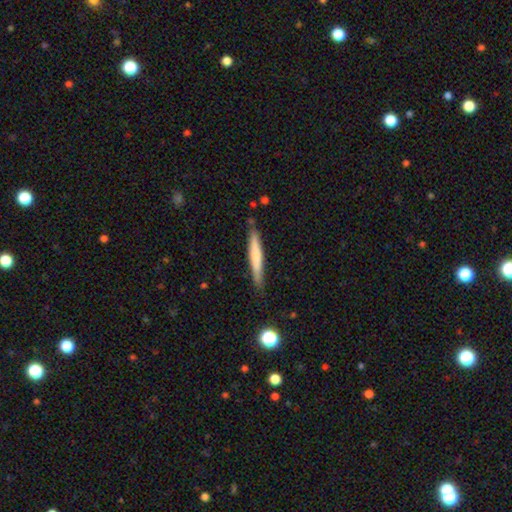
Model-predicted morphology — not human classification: Smooth or featured: smooth — 63% (featured or disk — 32%)
How rounded: cigar-shaped — 95% (in between — 4%)
Merging: none — 85% (minor disturbance — 11%)